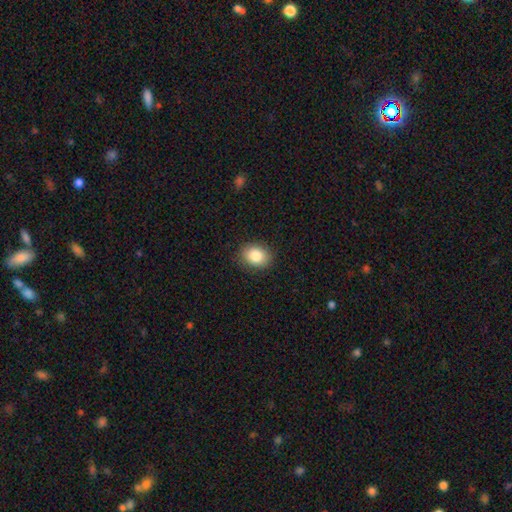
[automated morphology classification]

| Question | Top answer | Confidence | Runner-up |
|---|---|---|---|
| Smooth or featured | smooth | 85% | star or artifact (9%) |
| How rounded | in between | 56% | round (43%) |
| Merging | none | 88% | minor disturbance (8%) |